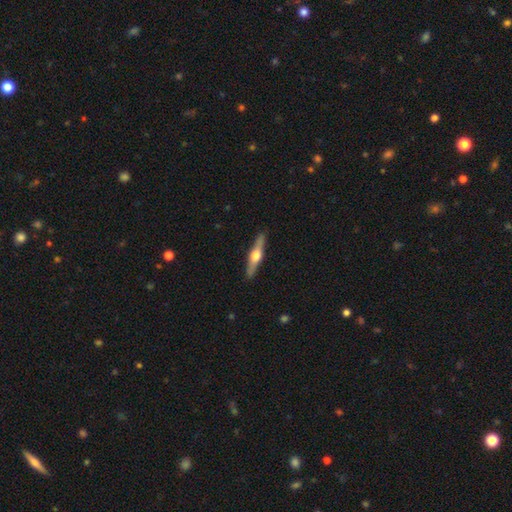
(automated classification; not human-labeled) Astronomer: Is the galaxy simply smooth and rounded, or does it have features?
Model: featured or disk — 67%.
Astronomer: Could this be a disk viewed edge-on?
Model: yes — 97%.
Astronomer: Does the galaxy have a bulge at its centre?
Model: rounded — 95%.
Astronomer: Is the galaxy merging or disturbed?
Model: none — 91%.